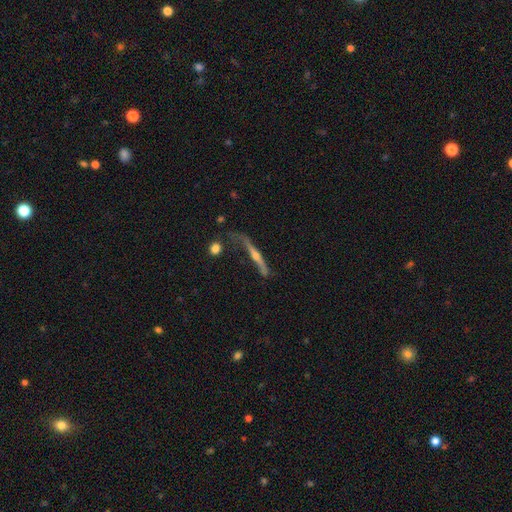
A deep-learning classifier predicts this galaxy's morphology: Smooth or featured? Predicted: featured or disk (p=0.75). Edge-on disk? Predicted: yes (p=0.91). Edge-on bulge? Predicted: rounded (p=0.85). Merging? Predicted: none (p=0.50).